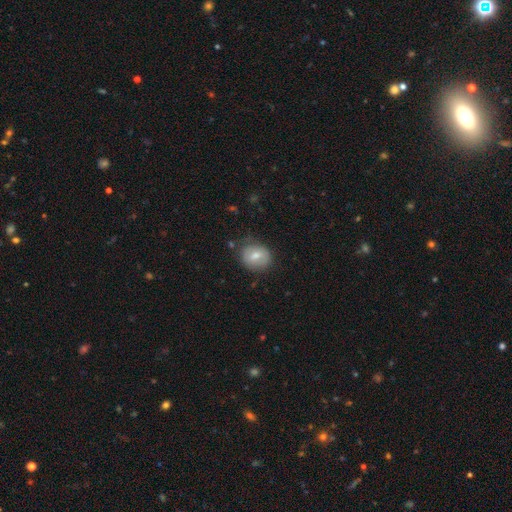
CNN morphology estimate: Q: Smooth or featured?
A: smooth (67%); runner-up: featured or disk (25%)
Q: How rounded?
A: round (62%); runner-up: in between (37%)
Q: Merging?
A: none (74%); runner-up: minor disturbance (19%)